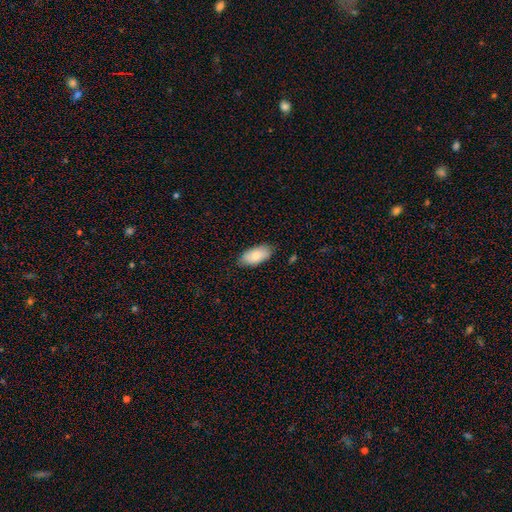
A smooth galaxy with no disk features (82%) that is in between round and cigar-shaped (94%). Merging: none (90%).